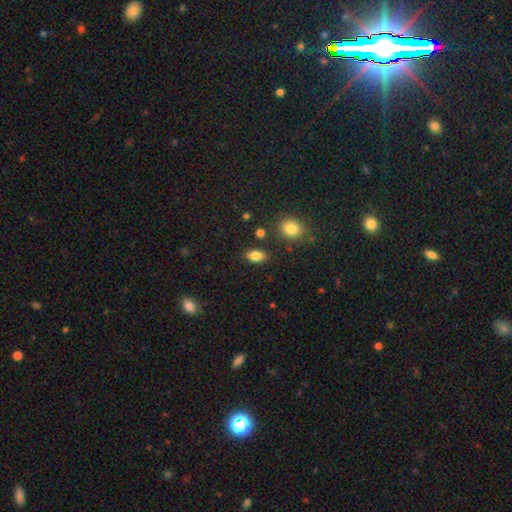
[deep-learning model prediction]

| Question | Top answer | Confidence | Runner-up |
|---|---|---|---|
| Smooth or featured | smooth | 82% | star or artifact (9%) |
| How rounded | in between | 87% | round (8%) |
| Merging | none | 84% | minor disturbance (10%) |